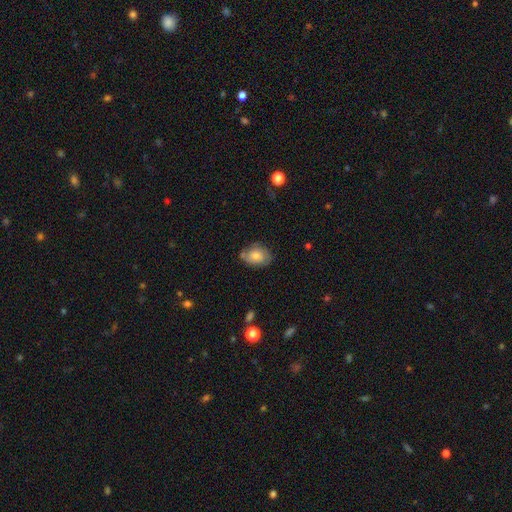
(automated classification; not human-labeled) smooth_or_featured: smooth (p=0.60) [alt: featured or disk p=0.30]
how_rounded: in between (p=0.74) [alt: round p=0.24]
merging: none (p=0.68) [alt: minor disturbance p=0.23]